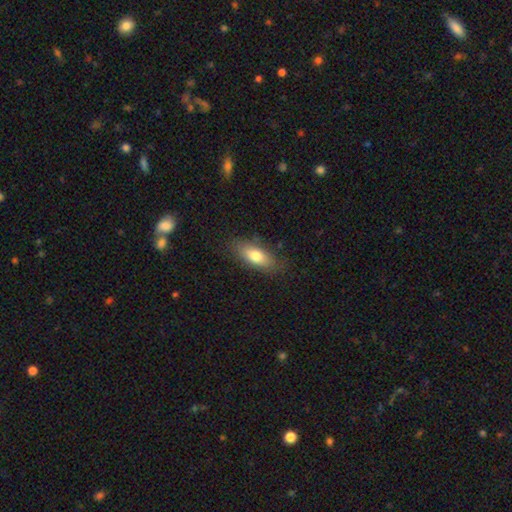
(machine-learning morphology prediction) A smooth galaxy with no disk features (74%) that is in between round and cigar-shaped (78%). Merging: none (82%).